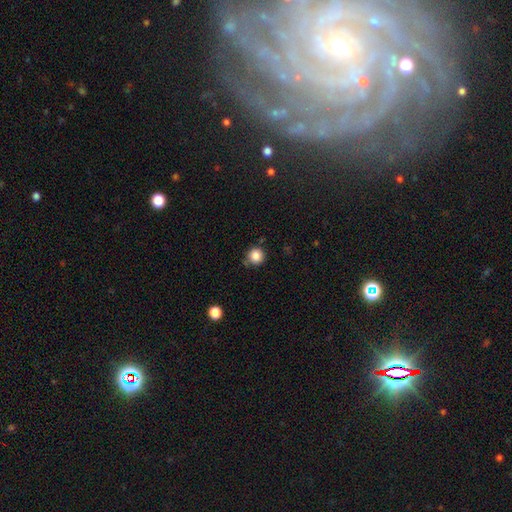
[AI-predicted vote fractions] Q: Smooth or featured?
A: smooth (86%); runner-up: star or artifact (11%)
Q: How rounded?
A: round (94%); runner-up: in between (5%)
Q: Merging?
A: none (81%); runner-up: minor disturbance (12%)